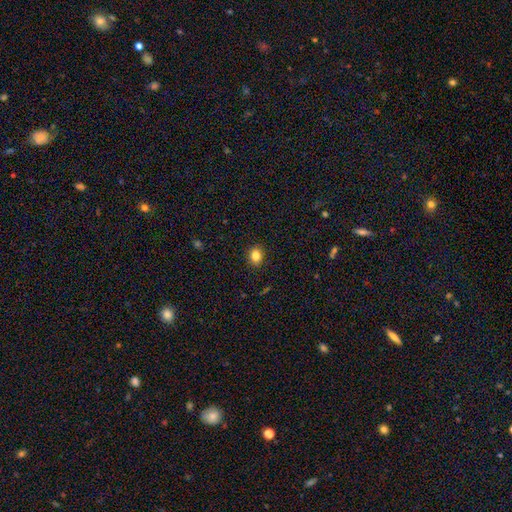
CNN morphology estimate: A smooth galaxy with no disk features (84%) that is round (52%). Merging: none (90%).